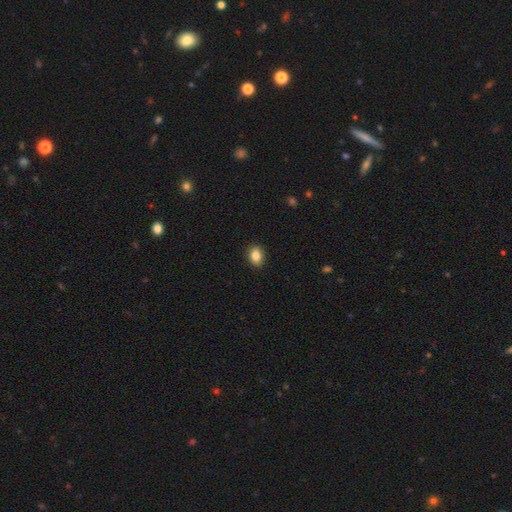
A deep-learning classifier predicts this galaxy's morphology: Smooth or featured? smooth (85%)
How rounded? in between (70%)
Merging? none (91%)